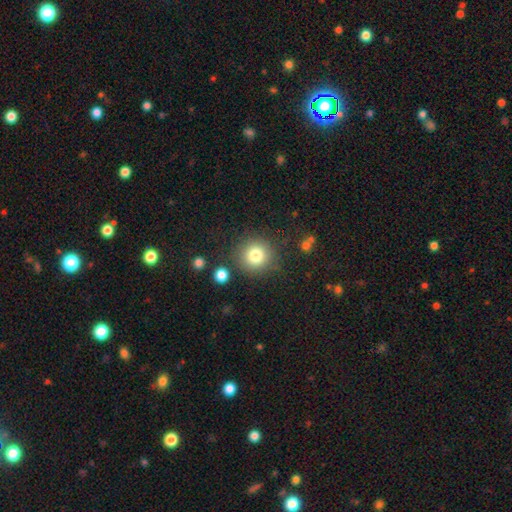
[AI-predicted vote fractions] Smooth or featured?
  - smooth: 79% *
  - star or artifact: 14%
  - featured or disk: 7%
How rounded?
  - round: 94% *
  - in between: 5%
  - cigar-shaped: 1%
Merging?
  - none: 89% *
  - minor disturbance: 6%
  - major disturbance: 3%
  - merger: 2%